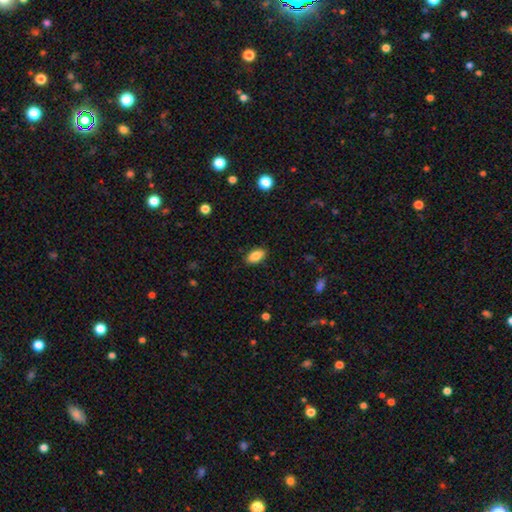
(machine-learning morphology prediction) Q: Smooth or featured?
A: smooth (85%); runner-up: star or artifact (8%)
Q: How rounded?
A: in between (91%); runner-up: round (4%)
Q: Merging?
A: none (88%); runner-up: minor disturbance (9%)